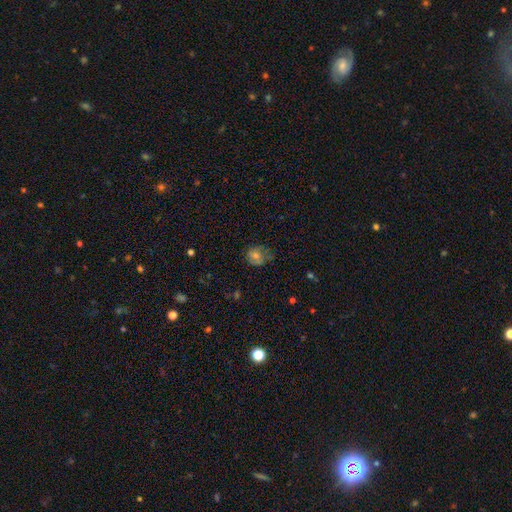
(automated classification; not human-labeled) A smooth galaxy with no disk features (60%) that is round (73%). Merging: none (56%).